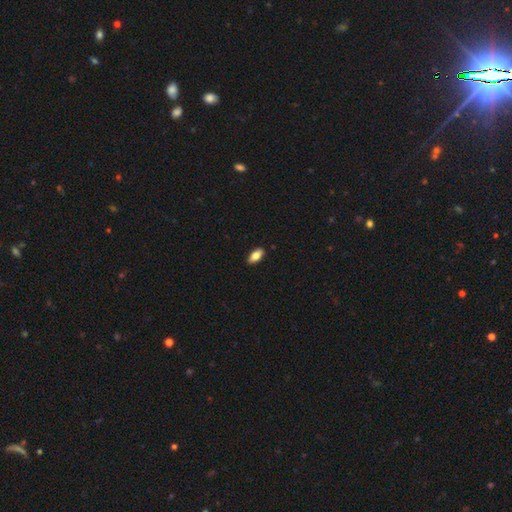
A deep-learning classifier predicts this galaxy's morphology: This appears to be a smooth galaxy with no disk features (78%) that is in between round and cigar-shaped (88%). Merging: none (89%).